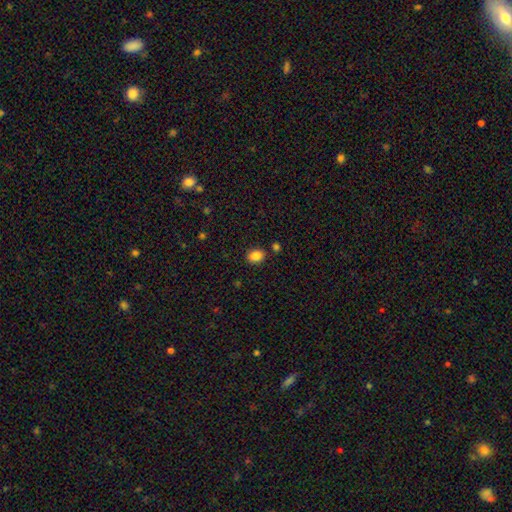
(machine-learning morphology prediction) type=smooth (85%); roundness=in between (61%); merging=none (84%).